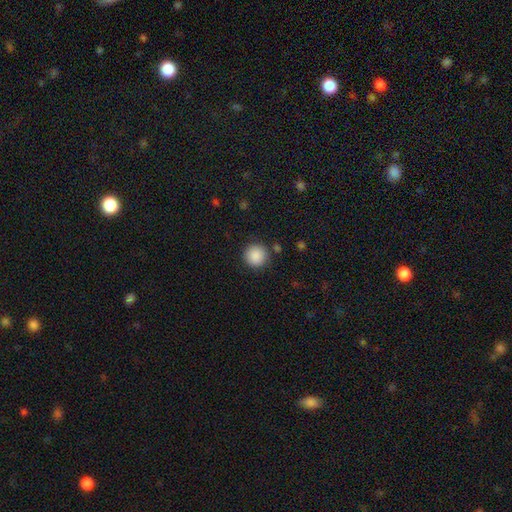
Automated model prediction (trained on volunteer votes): Smooth or featured?
  - smooth: 88% *
  - star or artifact: 8%
  - featured or disk: 3%
How rounded?
  - round: 95% *
  - in between: 4%
  - cigar-shaped: 1%
Merging?
  - none: 89% *
  - minor disturbance: 7%
  - major disturbance: 2%
  - merger: 2%